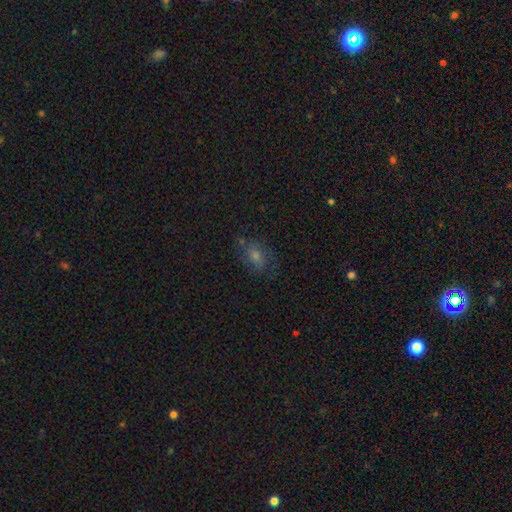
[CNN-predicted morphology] Smooth or featured? Predicted: smooth (p=0.51). How rounded? Predicted: in between (p=0.69). Merging? Predicted: none (p=0.70).